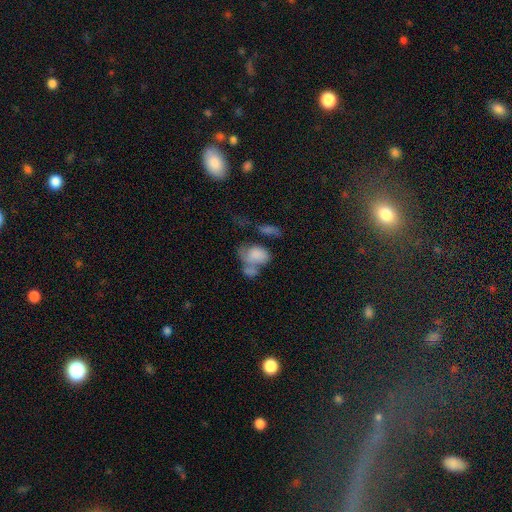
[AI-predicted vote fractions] A smooth galaxy with no disk features (73%) that is in between round and cigar-shaped (76%).

Vote fractions:
- Smooth or featured? smooth: 73% / featured or disk: 19% / star or artifact: 7%
- How rounded? in between: 76% / round: 22% / cigar-shaped: 2%
- Merging? merger: 55% / none: 18% / major disturbance: 14% / minor disturbance: 12%